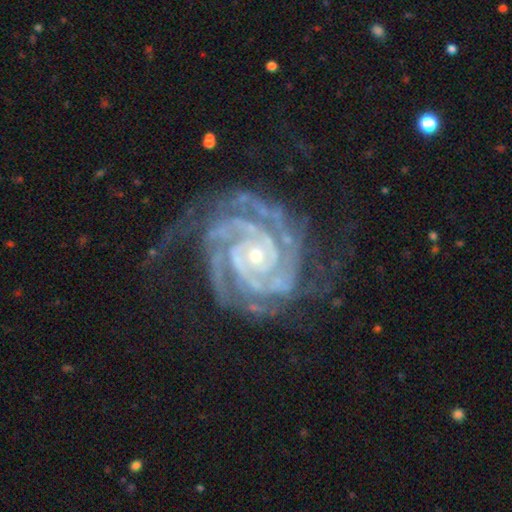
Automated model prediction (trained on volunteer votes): Q: Smooth or featured?
A: featured or disk (94%); runner-up: star or artifact (4%)
Q: Edge-on disk?
A: no (98%); runner-up: yes (2%)
Q: Bar?
A: no (69%); runner-up: weak (19%)
Q: Spiral arms?
A: yes (99%); runner-up: no (1%)
Q: Spiral winding?
A: tight (80%); runner-up: medium (18%)
Q: Spiral arm count?
A: 2 (32%); runner-up: 3 (26%)
Q: Bulge size?
A: small (64%); runner-up: moderate (32%)
Q: Merging?
A: none (67%); runner-up: minor disturbance (19%)